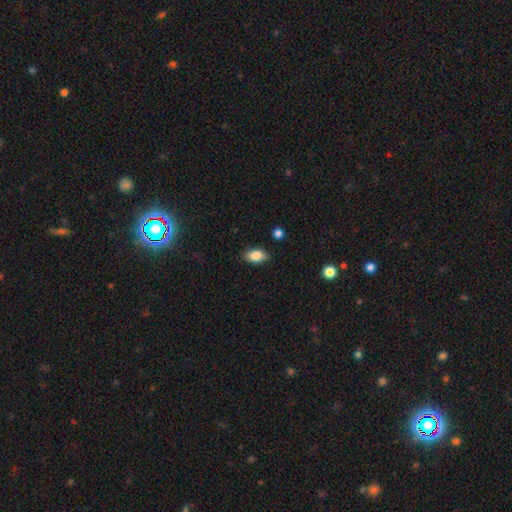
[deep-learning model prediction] This appears to be a smooth galaxy with no disk features (85%) that is in between round and cigar-shaped (90%). Merging: none (86%).